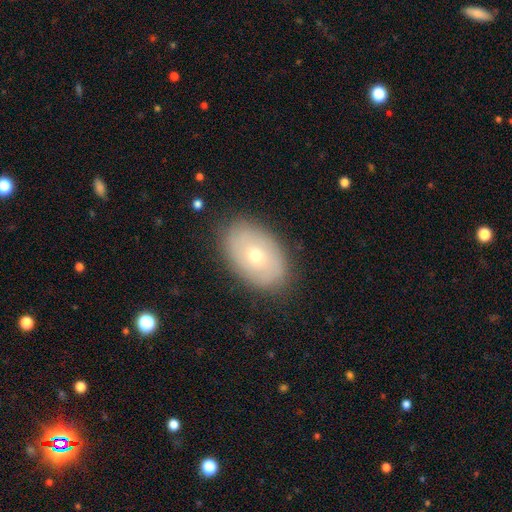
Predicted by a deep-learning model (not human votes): This is possibly a smooth galaxy (50%). Merging: clearly none (83%).